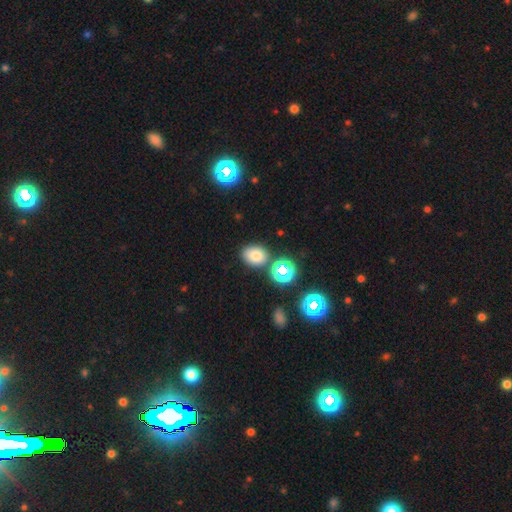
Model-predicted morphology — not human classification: Overall: smooth (73%). How rounded: in between (58%; round 41%). Merging: none (77%).